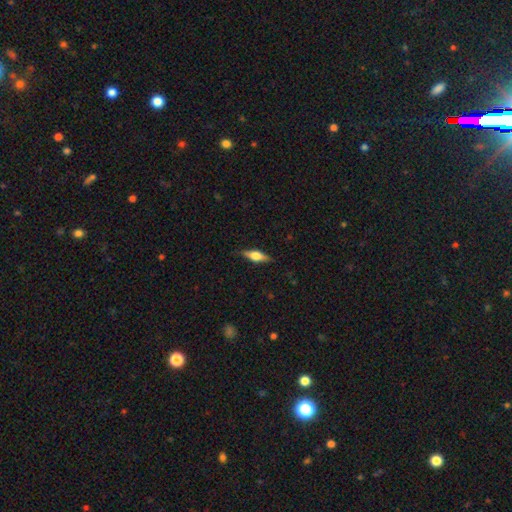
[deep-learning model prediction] This is possibly a featured or disk galaxy (50%). Merging: clearly none (85%).